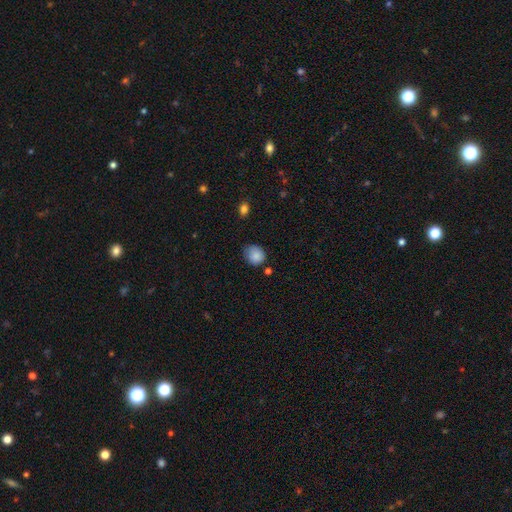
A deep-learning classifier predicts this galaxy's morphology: This is clearly a smooth galaxy (86%). How rounded: likely round (76%). Merging: likely none (63%).